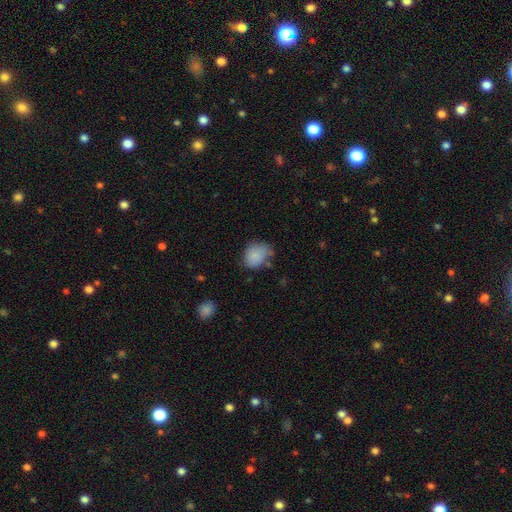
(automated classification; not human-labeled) Smooth or featured: smooth — 81% (featured or disk — 10%)
How rounded: in between — 53% (round — 46%)
Merging: none — 52% (minor disturbance — 31%)